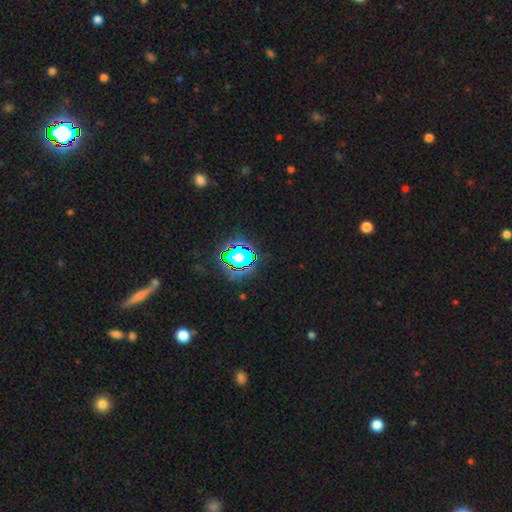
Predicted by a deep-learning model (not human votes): Smooth or featured?
  - star or artifact: 78% *
  - smooth: 13%
  - featured or disk: 9%